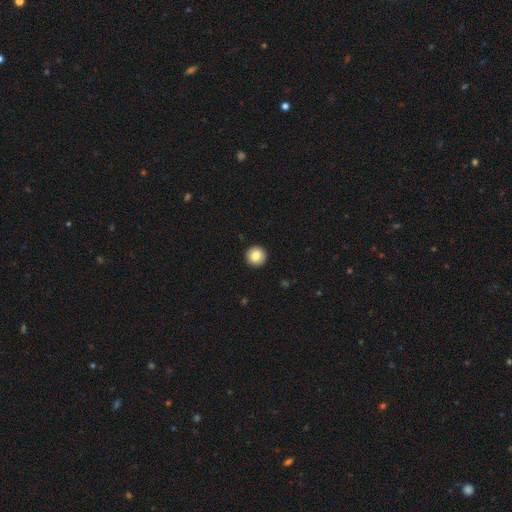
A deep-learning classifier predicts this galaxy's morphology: Smooth or featured?
  - smooth: 83% *
  - featured or disk: 9%
  - star or artifact: 8%
How rounded?
  - round: 96% *
  - in between: 3%
  - cigar-shaped: 1%
Merging?
  - none: 94% *
  - minor disturbance: 4%
  - major disturbance: 1%
  - merger: 1%